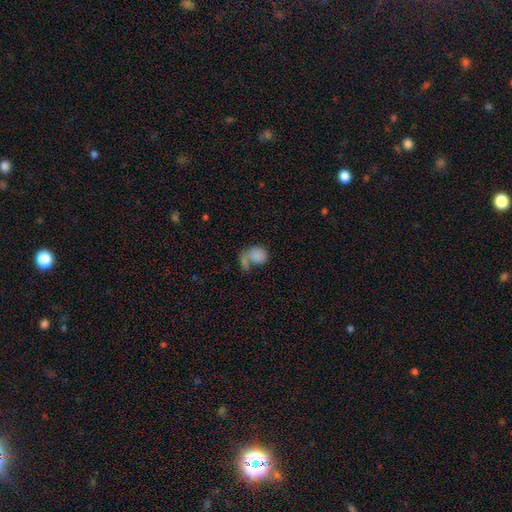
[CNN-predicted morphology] Smooth or featured: smooth — 76% (featured or disk — 15%)
How rounded: in between — 56% (round — 43%)
Merging: merger — 37% (major disturbance — 25%)